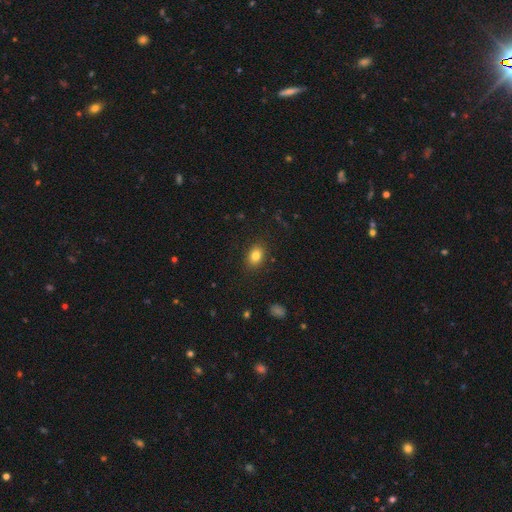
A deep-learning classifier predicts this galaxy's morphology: This appears to be a smooth galaxy with no disk features (82%) that is in between round and cigar-shaped (62%). Merging: none (88%).